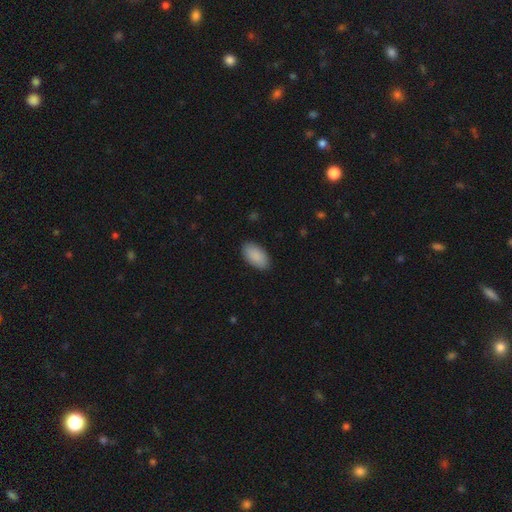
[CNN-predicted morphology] This appears to be a smooth galaxy with no disk features (91%) that is in between round and cigar-shaped (96%). Merging: none (89%).